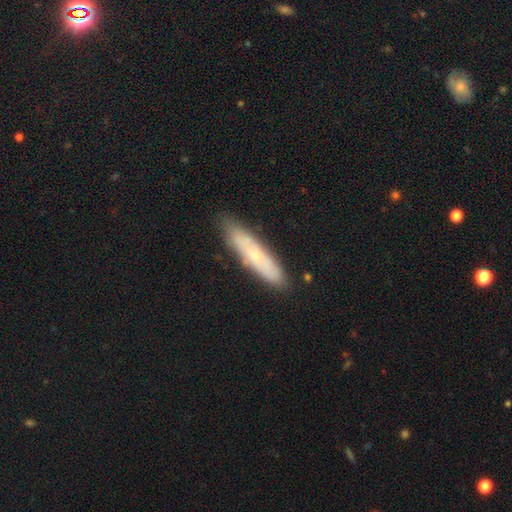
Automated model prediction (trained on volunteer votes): Q: Smooth or featured?
A: smooth (51%); runner-up: featured or disk (41%)
Q: How rounded?
A: cigar-shaped (82%); runner-up: in between (16%)
Q: Merging?
A: none (84%); runner-up: minor disturbance (13%)